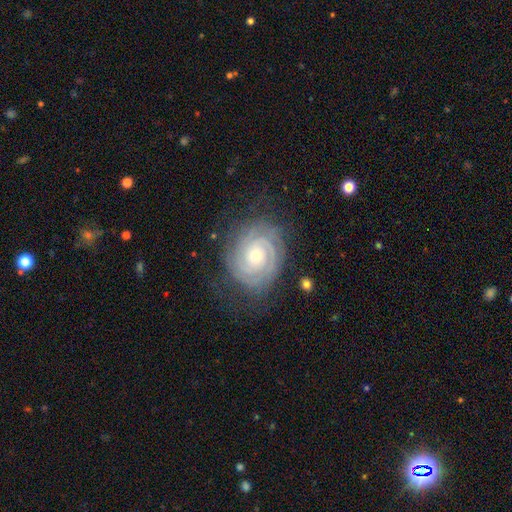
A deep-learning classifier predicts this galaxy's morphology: type=featured or disk (89%); edge-on=no (98%); bar=no (74%); spiral arms=yes (98%); winding=tight (86%); arm count=2 (37%); bulge=small (62%); merging=none (78%).